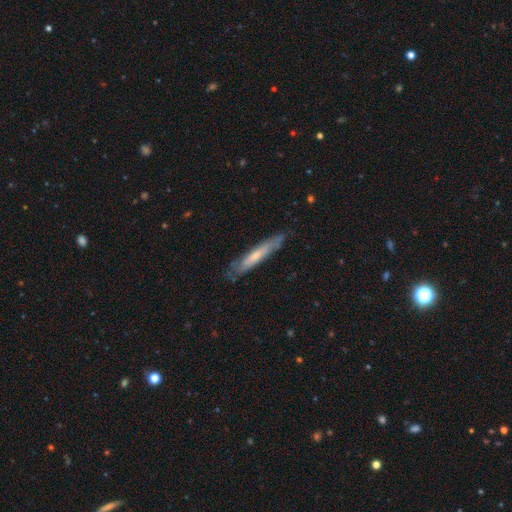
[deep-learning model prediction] Overall: smooth (48%; featured or disk 47%). Merging: none (76%).